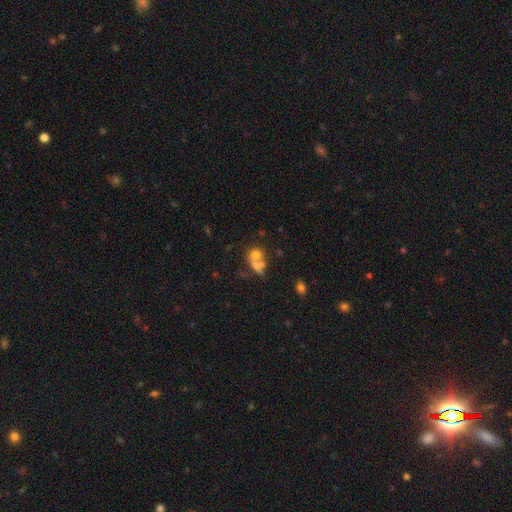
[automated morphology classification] Smooth or featured? Predicted: smooth (p=0.62). How rounded? Predicted: round (p=0.59). Merging? Predicted: merger (p=0.56).